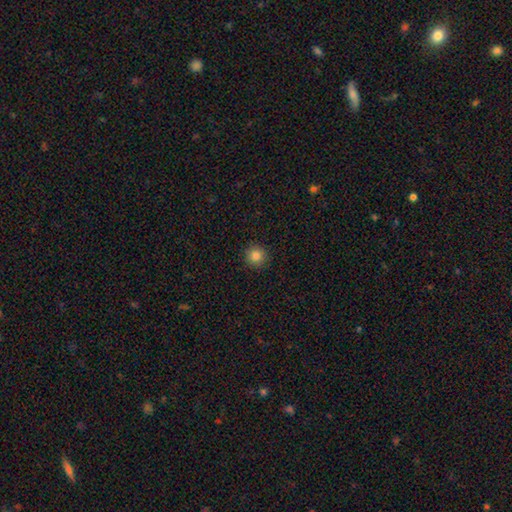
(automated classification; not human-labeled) smooth 84%, star or artifact 11%, featured or disk 5%. Down the decision tree: how rounded — round (95%); merging — none (92%).